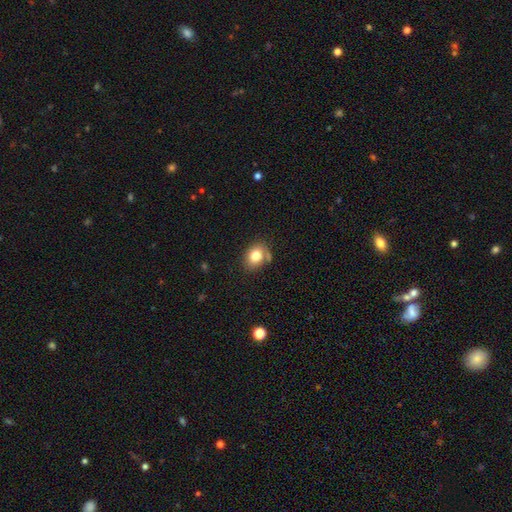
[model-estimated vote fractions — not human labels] Smooth or featured? smooth (80%)
How rounded? in between (58%)
Merging? none (69%)